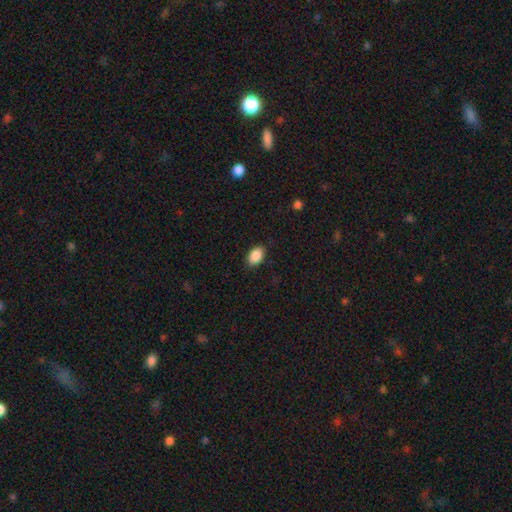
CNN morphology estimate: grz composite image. It shows a smooth galaxy with no disk features (89%) that is in between round and cigar-shaped (89%). Merging: none (86%).